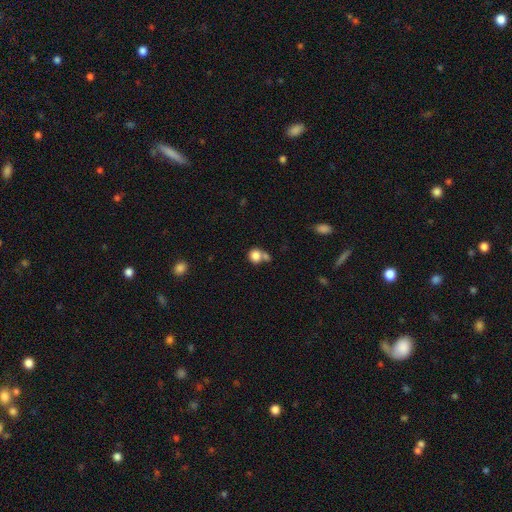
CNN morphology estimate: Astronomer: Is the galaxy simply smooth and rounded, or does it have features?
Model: smooth — 82%.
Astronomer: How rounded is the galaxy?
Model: round — 81%.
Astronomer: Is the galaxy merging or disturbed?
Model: none — 43% (runner-up: merger, 41%).